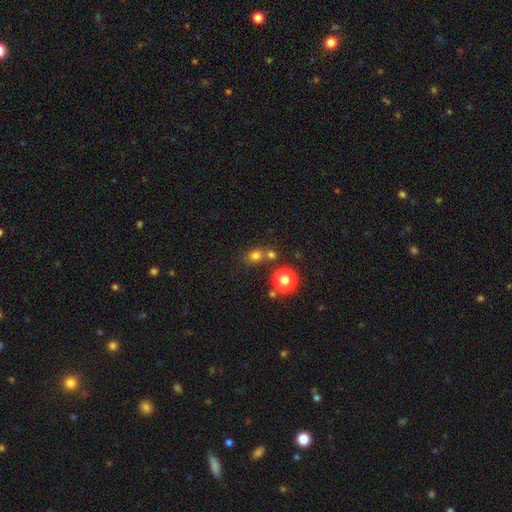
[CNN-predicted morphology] Smooth or featured? Predicted: smooth (p=0.73). How rounded? Predicted: round (p=0.74). Merging? Predicted: none (p=0.61).